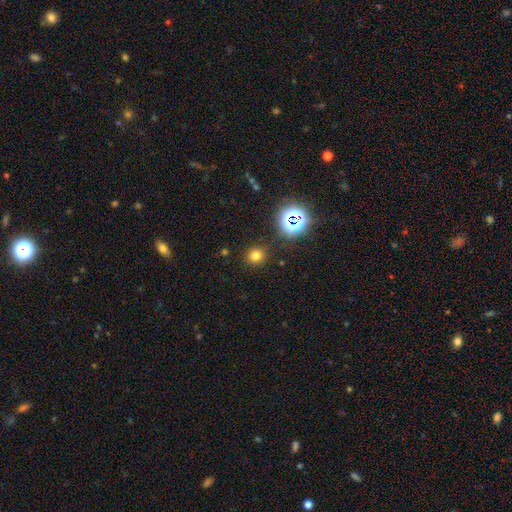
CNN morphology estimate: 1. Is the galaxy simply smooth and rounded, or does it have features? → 71% smooth, 22% star or artifact, 6% featured or disk.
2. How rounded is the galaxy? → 89% round, 10% in between, 1% cigar-shaped.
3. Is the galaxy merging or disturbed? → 89% none, 7% minor disturbance, 3% major disturbance, 2% merger.